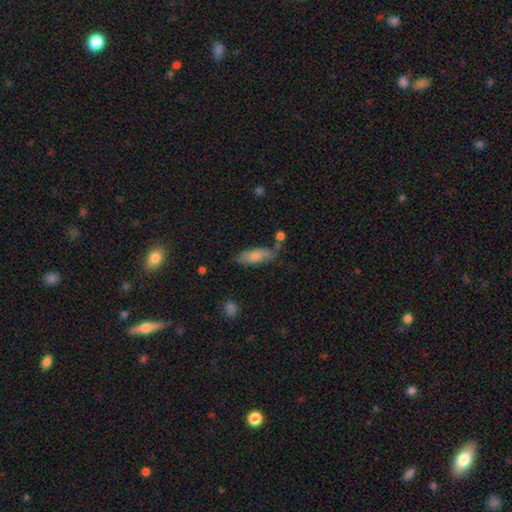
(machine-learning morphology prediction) Overall: smooth (74%). How rounded: in between (67%; cigar-shaped 30%). Merging: none (61%; minor disturbance 25%).